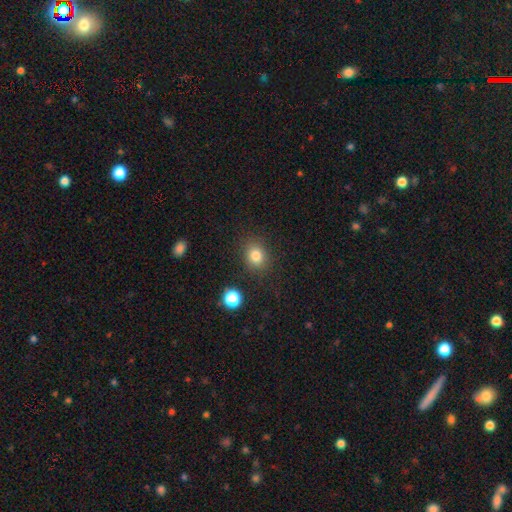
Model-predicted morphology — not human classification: This is clearly a smooth galaxy (81%). How rounded: likely round (64%). Merging: clearly none (84%).